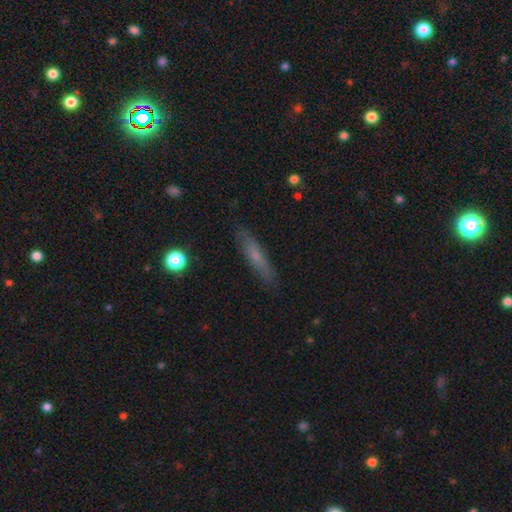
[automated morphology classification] Smooth or featured: smooth — 59% (featured or disk — 33%)
How rounded: cigar-shaped — 87% (in between — 11%)
Merging: none — 87% (minor disturbance — 10%)